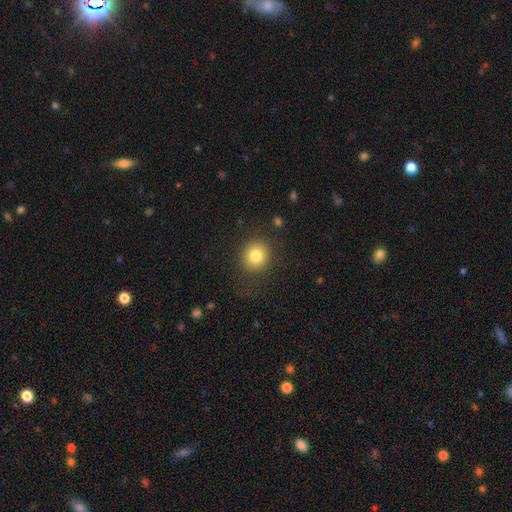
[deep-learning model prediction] Smooth or featured: smooth — 81% (star or artifact — 11%)
How rounded: round — 85% (in between — 14%)
Merging: none — 83% (minor disturbance — 10%)